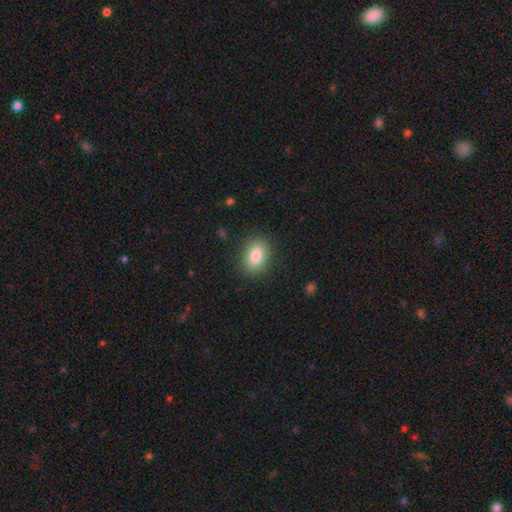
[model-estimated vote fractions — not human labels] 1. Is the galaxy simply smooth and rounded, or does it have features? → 83% smooth, 8% featured or disk, 8% star or artifact.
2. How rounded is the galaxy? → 78% in between, 20% round, 2% cigar-shaped.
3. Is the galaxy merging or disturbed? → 87% none, 9% minor disturbance, 3% major disturbance, 1% merger.